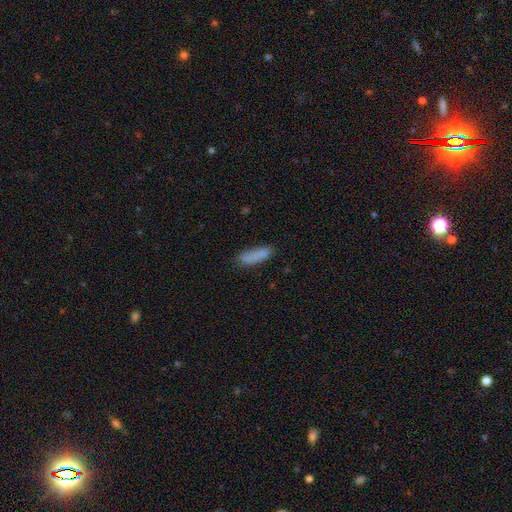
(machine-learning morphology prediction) Smooth or featured?
  - smooth: 85% *
  - star or artifact: 8%
  - featured or disk: 7%
How rounded?
  - cigar-shaped: 59% *
  - in between: 39%
  - round: 2%
Merging?
  - none: 72% *
  - minor disturbance: 20%
  - major disturbance: 5%
  - merger: 3%